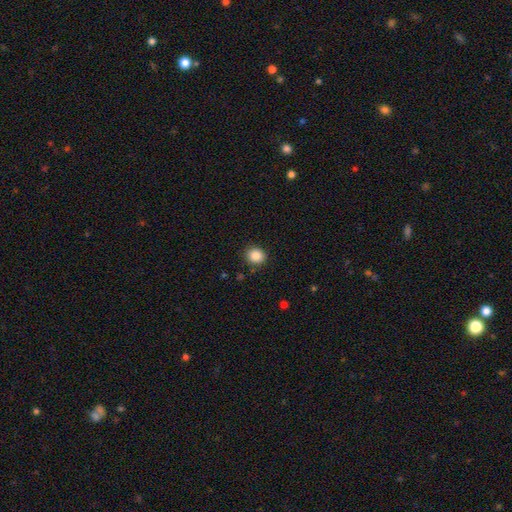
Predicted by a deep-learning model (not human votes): This appears to be a smooth galaxy with no disk features (86%) that is round (78%). Merging: none (88%).